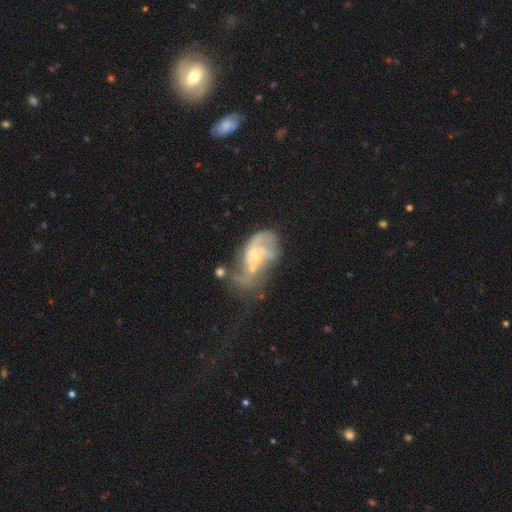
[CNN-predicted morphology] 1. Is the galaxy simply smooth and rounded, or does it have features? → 72% featured or disk, 19% smooth, 9% star or artifact.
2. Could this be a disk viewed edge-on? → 96% no, 4% yes.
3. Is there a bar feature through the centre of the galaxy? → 68% no, 27% weak, 5% strong.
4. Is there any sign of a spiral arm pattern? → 71% yes, 29% no.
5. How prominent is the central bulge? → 50% small, 42% moderate, 4% none, 3% large, 1% dominant.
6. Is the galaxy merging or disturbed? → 35% merger, 29% major disturbance, 20% none, 16% minor disturbance.